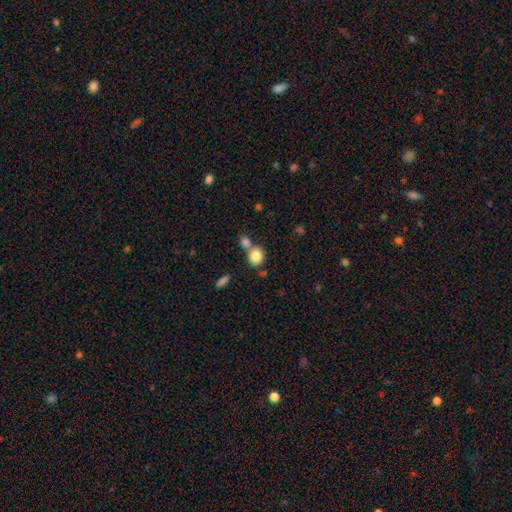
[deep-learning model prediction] Overall: smooth (83%). How rounded: round (73%). Merging: none (54%; merger 34%).